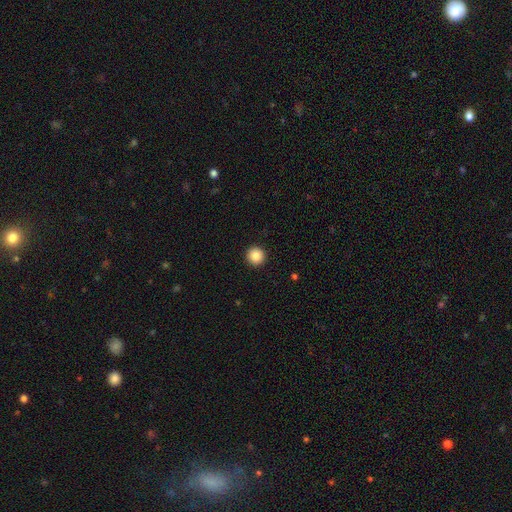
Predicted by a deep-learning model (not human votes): smooth-or-featured: smooth: 88% | star or artifact: 9% | featured or disk: 3%
  how-rounded: round: 96% | in between: 3% | cigar-shaped: 1%
  merging: none: 93% | minor disturbance: 4% | major disturbance: 2% | merger: 1%